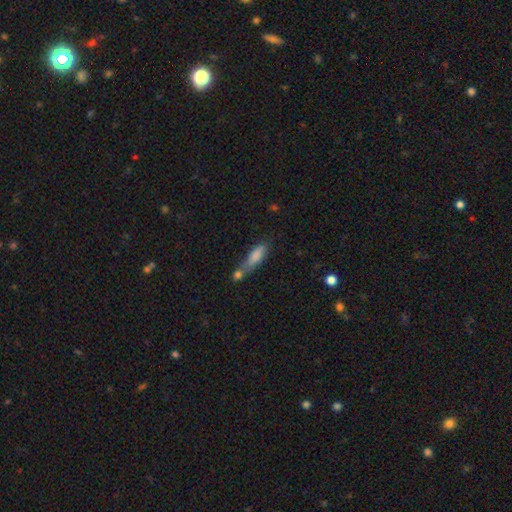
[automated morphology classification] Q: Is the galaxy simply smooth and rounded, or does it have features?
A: smooth — 80%.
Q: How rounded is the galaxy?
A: in between — 52%.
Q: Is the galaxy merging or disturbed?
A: merger — 44%.